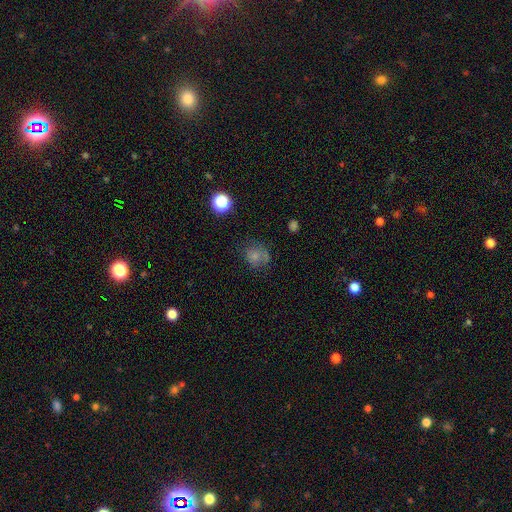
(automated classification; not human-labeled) smooth-or-featured: smooth: 70% | featured or disk: 16% | star or artifact: 15%
  how-rounded: round: 74% | in between: 25% | cigar-shaped: 1%
  merging: none: 57% | minor disturbance: 24% | major disturbance: 15% | merger: 4%